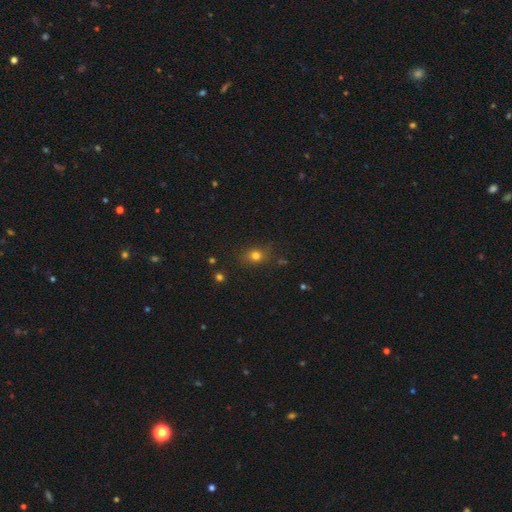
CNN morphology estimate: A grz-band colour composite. It shows a smooth galaxy with no disk features (75%) that is round (56%). Merging: none (78%).